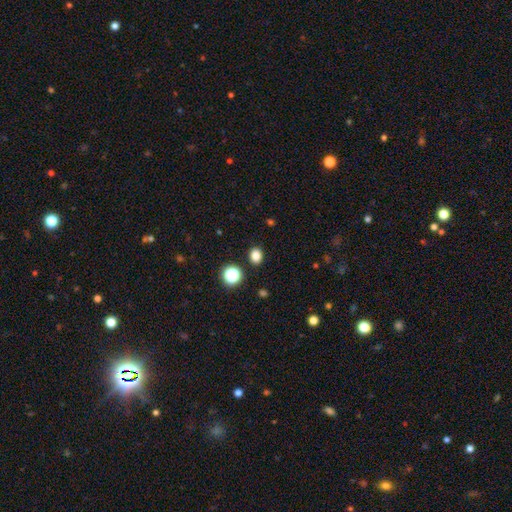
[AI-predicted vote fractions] Q: Smooth or featured?
A: smooth (82%); runner-up: star or artifact (14%)
Q: How rounded?
A: round (53%); runner-up: in between (46%)
Q: Merging?
A: none (89%); runner-up: minor disturbance (7%)